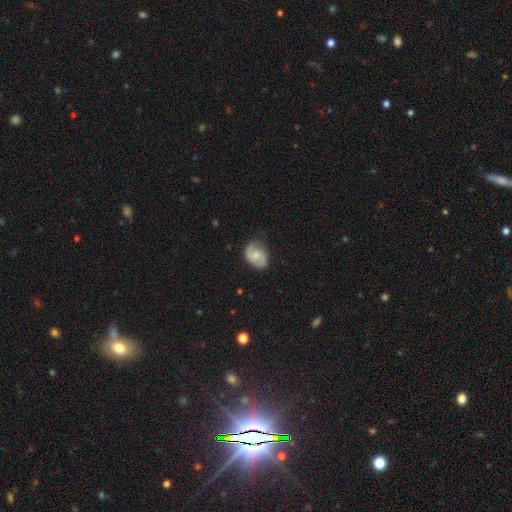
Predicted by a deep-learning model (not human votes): Smooth or featured: featured or disk — 71% (smooth — 23%)
Edge-on disk: no — 98% (yes — 2%)
Bar: no — 54% (weak — 40%)
Spiral arms: yes — 94% (no — 6%)
Spiral winding: medium — 48% (tight — 27%)
Spiral arm count: 2 — 85% (can't tell — 6%)
Bulge size: small — 49% (moderate — 40%)
Merging: none — 73% (minor disturbance — 20%)